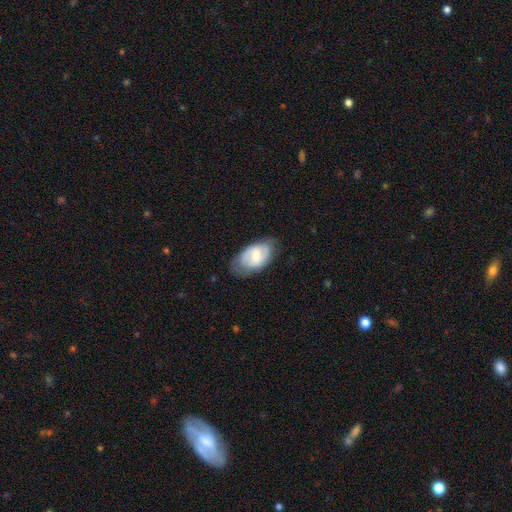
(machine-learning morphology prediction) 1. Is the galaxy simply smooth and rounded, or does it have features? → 52% featured or disk, 42% smooth, 6% star or artifact.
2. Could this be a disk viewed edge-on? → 94% no, 6% yes.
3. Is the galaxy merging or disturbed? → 66% none, 25% minor disturbance, 8% major disturbance, 1% merger.